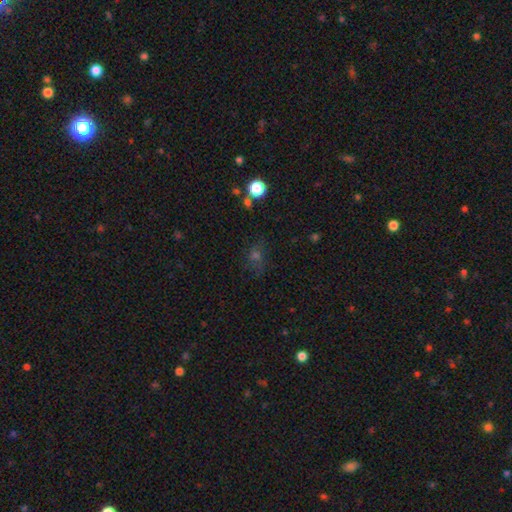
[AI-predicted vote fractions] Smooth or featured? smooth (43%)
Merging? none (67%)